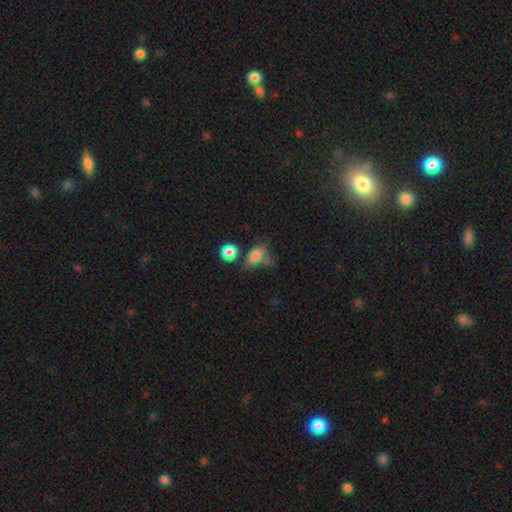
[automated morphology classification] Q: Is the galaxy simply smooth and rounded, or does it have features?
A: smooth — 76%.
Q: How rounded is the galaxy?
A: in between — 74%.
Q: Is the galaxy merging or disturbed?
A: none — 37%.